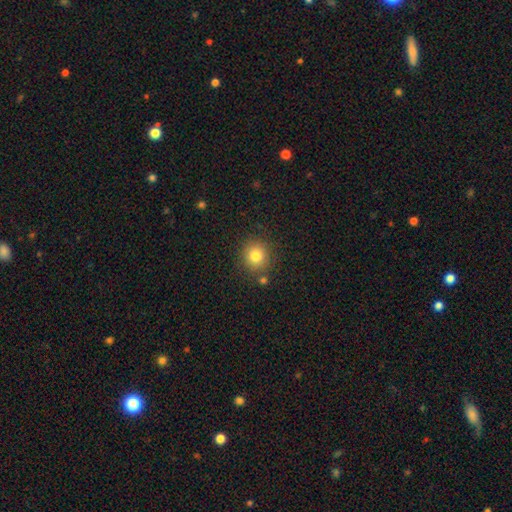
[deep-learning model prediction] A smooth galaxy with no disk features (81%) that is round (89%). Merging: none (82%).